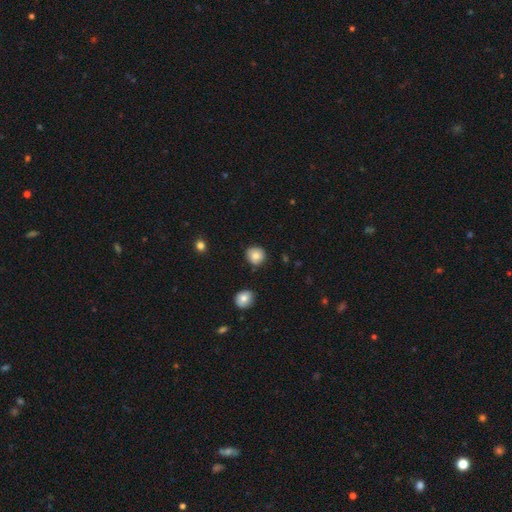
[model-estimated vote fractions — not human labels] Smooth or featured?
  - smooth: 82% *
  - star or artifact: 9%
  - featured or disk: 9%
How rounded?
  - round: 91% *
  - in between: 8%
  - cigar-shaped: 1%
Merging?
  - none: 82% *
  - minor disturbance: 13%
  - major disturbance: 3%
  - merger: 2%